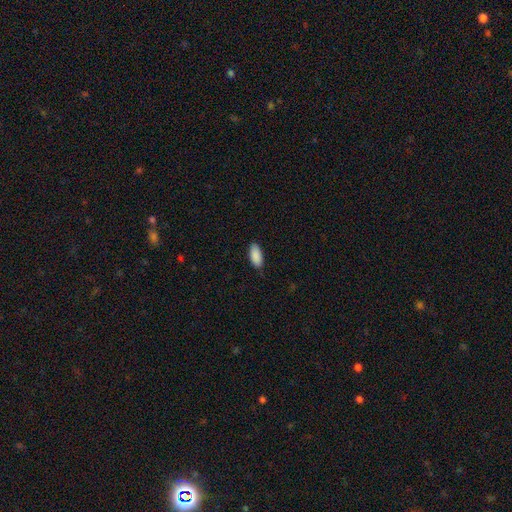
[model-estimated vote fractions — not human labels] Smooth or featured: smooth — 90% (star or artifact — 6%)
How rounded: in between — 90% (cigar-shaped — 9%)
Merging: none — 83% (minor disturbance — 13%)